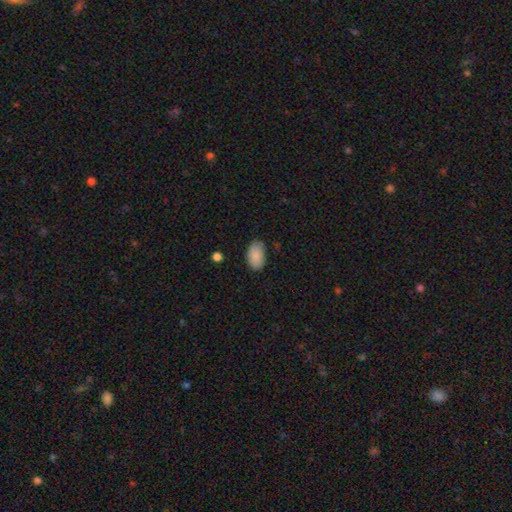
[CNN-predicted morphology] smooth-or-featured: smooth: 88% | star or artifact: 7% | featured or disk: 5%
  how-rounded: in between: 93% | round: 5% | cigar-shaped: 1%
  merging: none: 81% | minor disturbance: 14% | major disturbance: 3% | merger: 1%